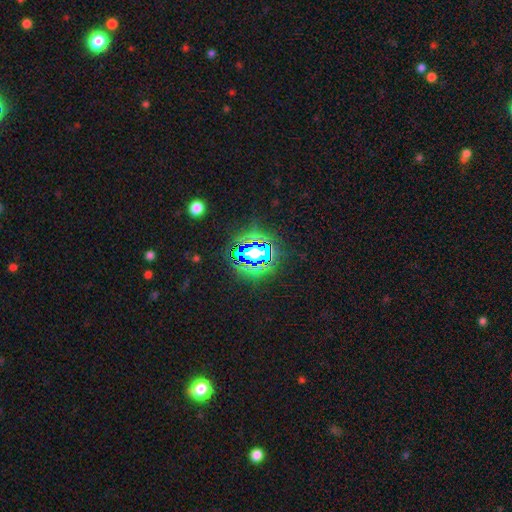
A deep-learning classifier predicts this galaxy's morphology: A star or artifact, not a galaxy (80%).